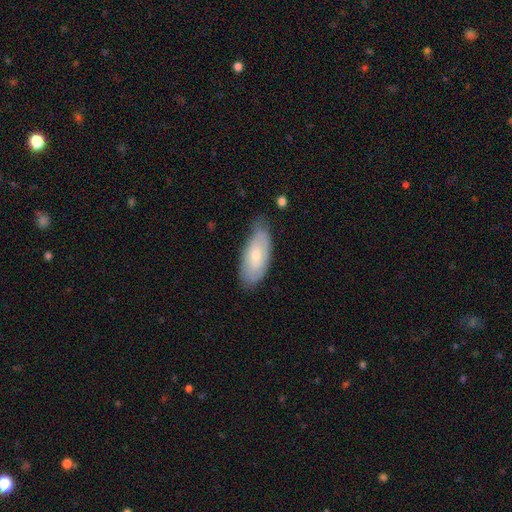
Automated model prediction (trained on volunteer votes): smooth 54%, featured or disk 39%, star or artifact 7%. Down the decision tree: how rounded — in between (83%); merging — none (66%).